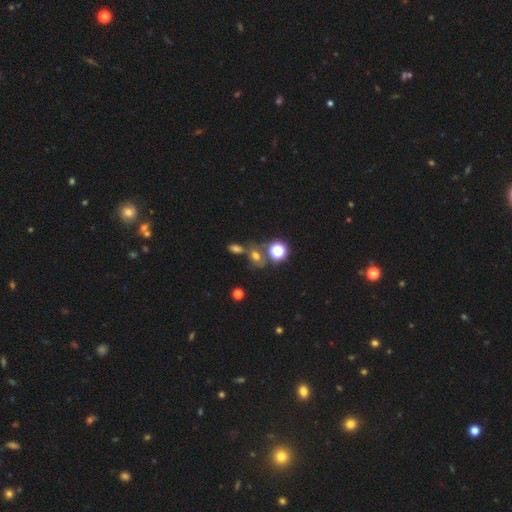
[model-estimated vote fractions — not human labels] Smooth or featured? smooth (54%)
How rounded? round (49%)
Merging? none (49%)